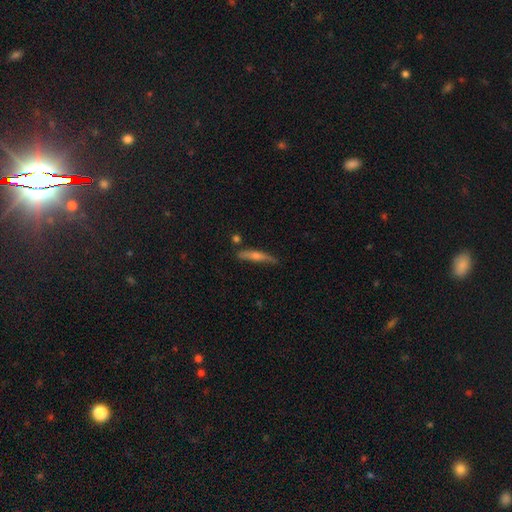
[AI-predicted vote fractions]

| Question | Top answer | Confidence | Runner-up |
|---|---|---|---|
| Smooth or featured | featured or disk | 53% | smooth (39%) |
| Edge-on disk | yes | 92% | no (8%) |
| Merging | none | 72% | minor disturbance (20%) |